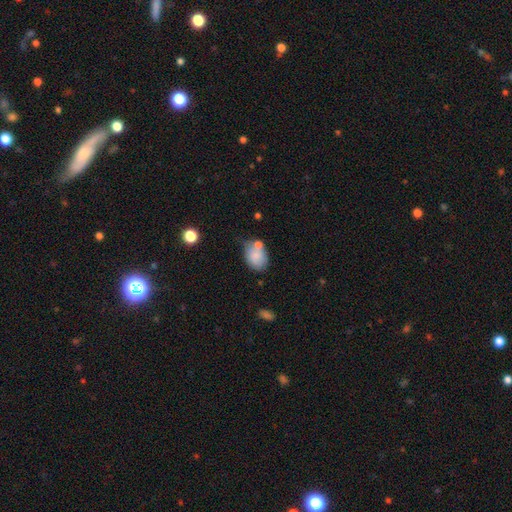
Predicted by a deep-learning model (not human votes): Smooth or featured?
  - smooth: 79% *
  - featured or disk: 13%
  - star or artifact: 8%
How rounded?
  - in between: 72% *
  - round: 27%
  - cigar-shaped: 1%
Merging?
  - none: 44% *
  - minor disturbance: 28%
  - merger: 19%
  - major disturbance: 9%